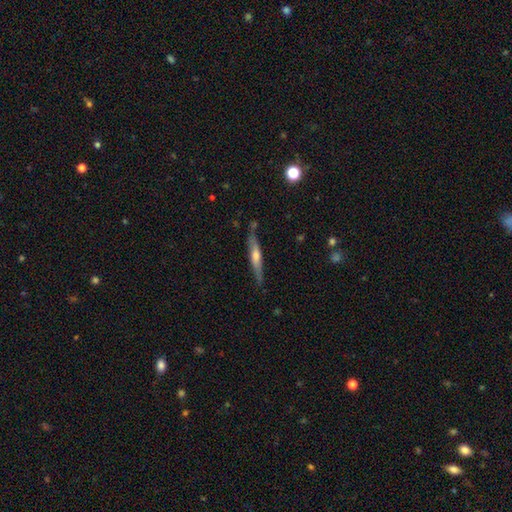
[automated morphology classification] Overall: featured or disk (66%; smooth 28%). Edge-on disk: yes (96%). Edge-on bulge: rounded (79%). Merging: none (84%).